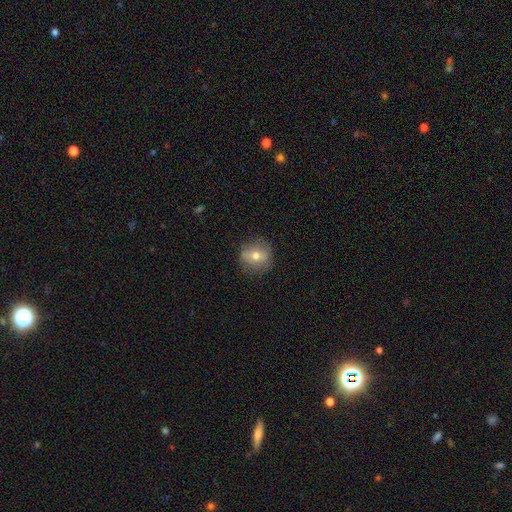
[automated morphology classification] A smooth galaxy with no disk features (58%) that is round (84%).

Vote fractions:
- Smooth or featured? smooth: 58% / featured or disk: 32% / star or artifact: 10%
- How rounded? round: 84% / in between: 14% / cigar-shaped: 1%
- Merging? none: 81% / minor disturbance: 14% / major disturbance: 4% / merger: 1%